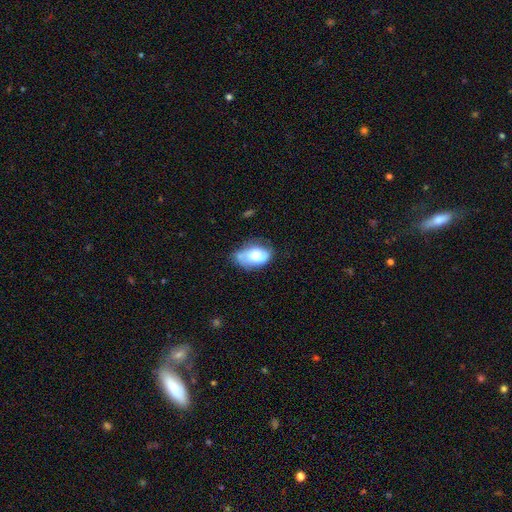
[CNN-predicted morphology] Smooth or featured?
  - smooth: 55% *
  - featured or disk: 37%
  - star or artifact: 7%
How rounded?
  - in between: 88% *
  - round: 10%
  - cigar-shaped: 2%
Merging?
  - none: 46% *
  - minor disturbance: 35%
  - major disturbance: 13%
  - merger: 6%